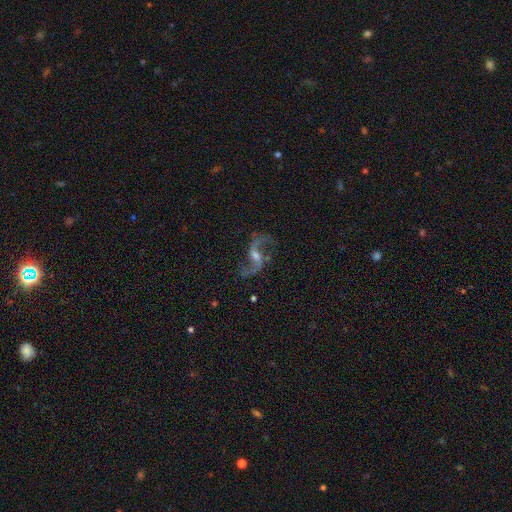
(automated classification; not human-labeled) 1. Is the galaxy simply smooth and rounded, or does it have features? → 89% featured or disk, 7% star or artifact, 5% smooth.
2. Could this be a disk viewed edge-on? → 96% no, 4% yes.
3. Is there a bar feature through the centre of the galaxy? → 48% weak, 32% no, 20% strong.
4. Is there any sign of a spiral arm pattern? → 96% yes, 4% no.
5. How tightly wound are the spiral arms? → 82% loose, 15% medium, 3% tight.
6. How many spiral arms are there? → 94% 2, 2% 1, 2% can't tell, 1% 3, 1% 4, 1% more than 4.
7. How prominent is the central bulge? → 50% moderate, 38% small, 6% none, 5% large, 1% dominant.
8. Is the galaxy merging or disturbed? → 76% none, 13% minor disturbance, 9% major disturbance, 2% merger.